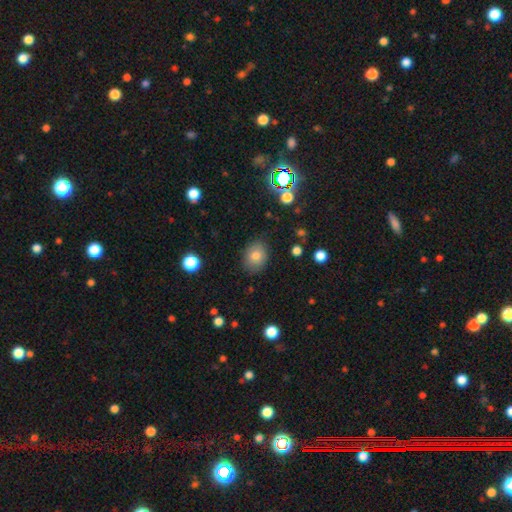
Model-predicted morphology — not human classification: smooth-or-featured: smooth: 79% | star or artifact: 11% | featured or disk: 11%
  how-rounded: in between: 59% | round: 40% | cigar-shaped: 1%
  merging: none: 83% | minor disturbance: 12% | major disturbance: 3% | merger: 2%